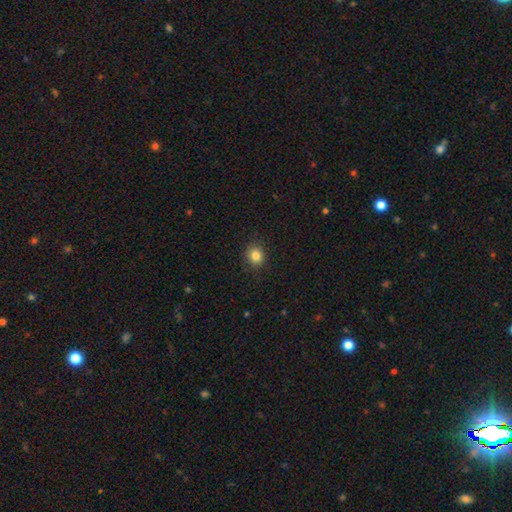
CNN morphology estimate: Smooth or featured?
  - smooth: 83% *
  - star or artifact: 11%
  - featured or disk: 6%
How rounded?
  - round: 79% *
  - in between: 20%
  - cigar-shaped: 1%
Merging?
  - none: 88% *
  - minor disturbance: 9%
  - major disturbance: 2%
  - merger: 1%